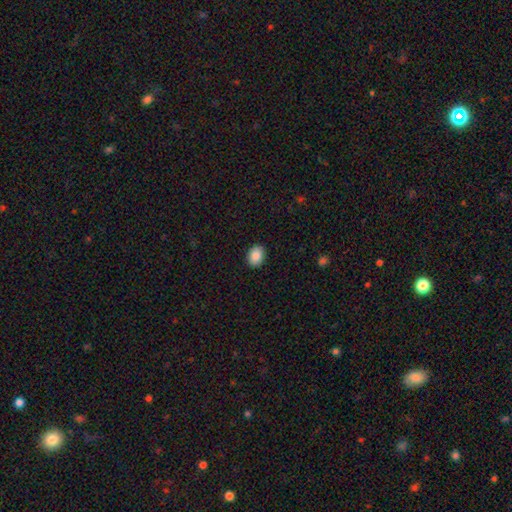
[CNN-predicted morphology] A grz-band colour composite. It shows a smooth galaxy with no disk features (89%) that is in between round and cigar-shaped (67%). Merging: none (90%).